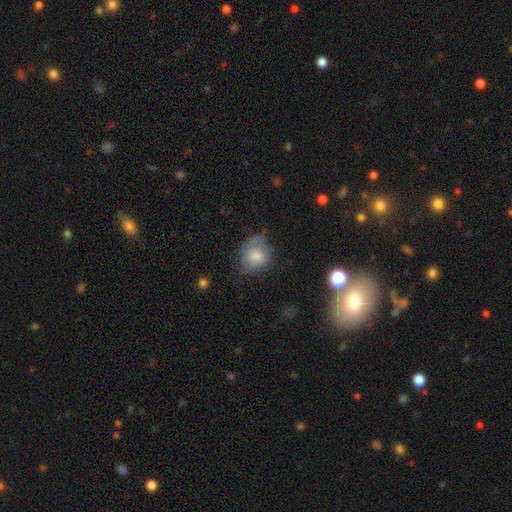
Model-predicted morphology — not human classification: Smooth or featured: smooth — 75% (featured or disk — 17%)
How rounded: round — 59% (in between — 40%)
Merging: none — 45% (minor disturbance — 37%)